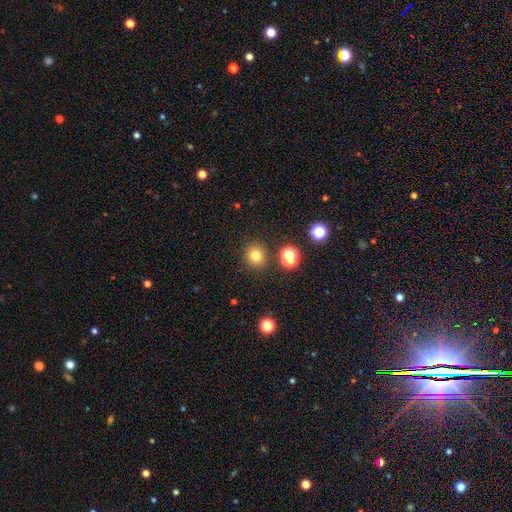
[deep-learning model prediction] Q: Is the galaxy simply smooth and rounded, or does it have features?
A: smooth — 77%.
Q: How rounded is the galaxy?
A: round — 89%.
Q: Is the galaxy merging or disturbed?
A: none — 86%.